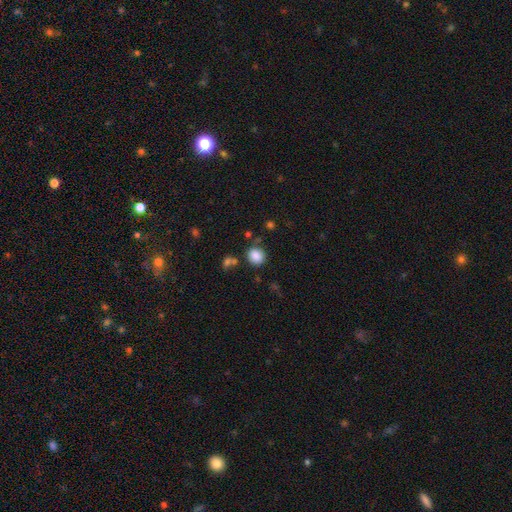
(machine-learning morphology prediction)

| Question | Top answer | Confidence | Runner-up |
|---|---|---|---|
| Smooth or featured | smooth | 85% | star or artifact (10%) |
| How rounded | round | 74% | in between (25%) |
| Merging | none | 77% | minor disturbance (12%) |